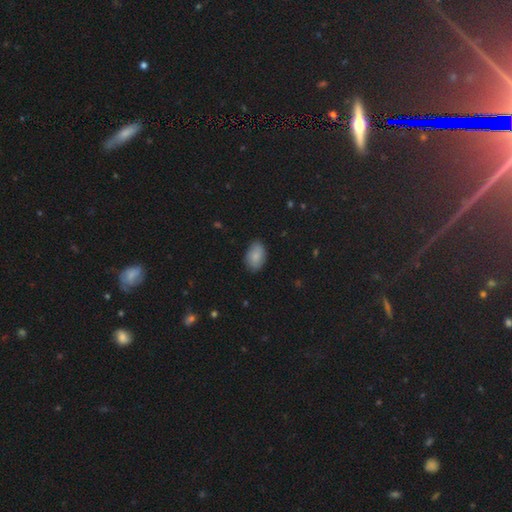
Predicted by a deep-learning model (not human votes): Q: Smooth or featured?
A: smooth (82%); runner-up: featured or disk (11%)
Q: How rounded?
A: in between (89%); runner-up: round (10%)
Q: Merging?
A: none (80%); runner-up: minor disturbance (16%)